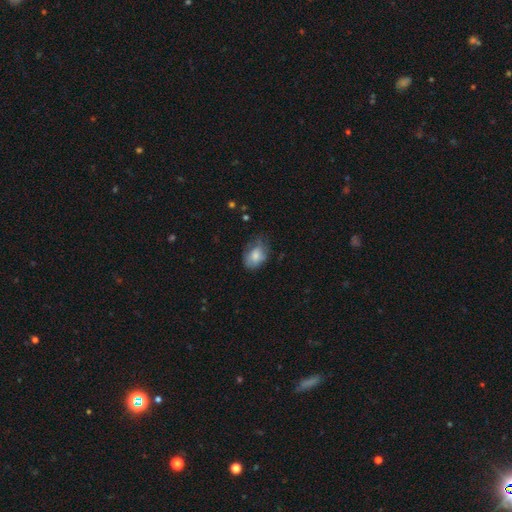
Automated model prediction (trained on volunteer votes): The model was most divided on "merging": none: 51%, minor disturbance: 34%, major disturbance: 14%, merger: 2%. More confident: how rounded — in between (82%); smooth or featured — smooth (75%).